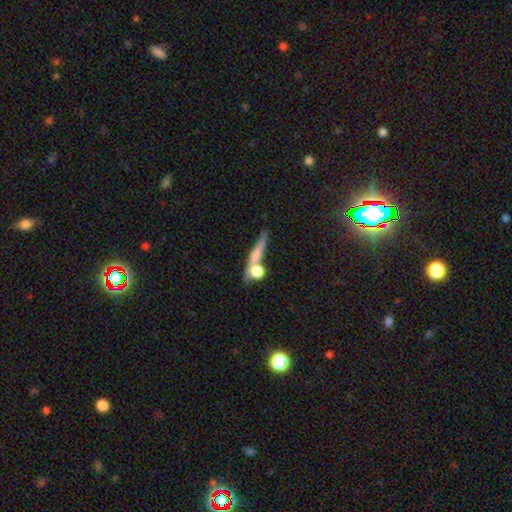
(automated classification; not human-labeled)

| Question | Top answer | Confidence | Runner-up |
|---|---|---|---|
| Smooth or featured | smooth | 49% | featured or disk (36%) |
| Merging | none | 56% | merger (25%) |